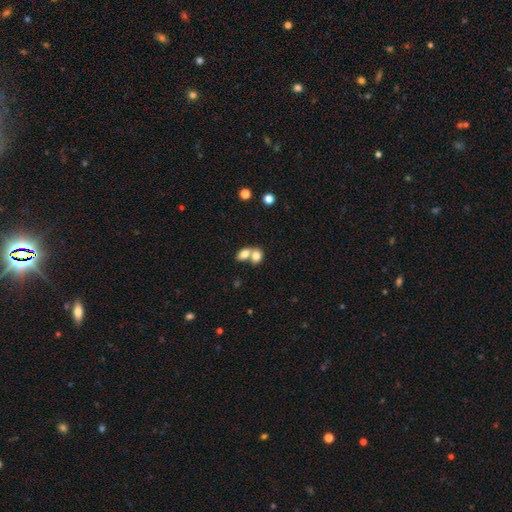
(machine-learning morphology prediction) A smooth galaxy with no disk features (78%) that is in between round and cigar-shaped (64%).

Vote fractions:
- Smooth or featured? smooth: 78% / featured or disk: 13% / star or artifact: 9%
- How rounded? in between: 64% / round: 34% / cigar-shaped: 1%
- Merging? merger: 67% / none: 24% / minor disturbance: 6% / major disturbance: 3%